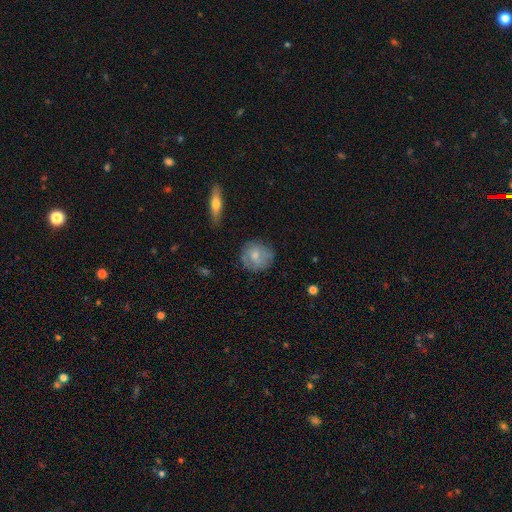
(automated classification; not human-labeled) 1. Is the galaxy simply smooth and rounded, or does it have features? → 66% smooth, 26% featured or disk, 7% star or artifact.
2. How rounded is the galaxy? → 83% round, 15% in between, 1% cigar-shaped.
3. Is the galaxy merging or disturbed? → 71% none, 21% minor disturbance, 6% major disturbance, 2% merger.